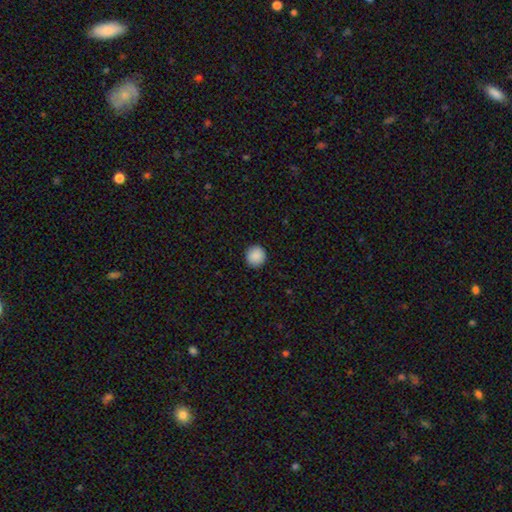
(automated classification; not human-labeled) smooth_or_featured: smooth (p=0.89) [alt: star or artifact p=0.08]
how_rounded: round (p=0.94) [alt: in between p=0.05]
merging: none (p=0.92) [alt: minor disturbance p=0.05]